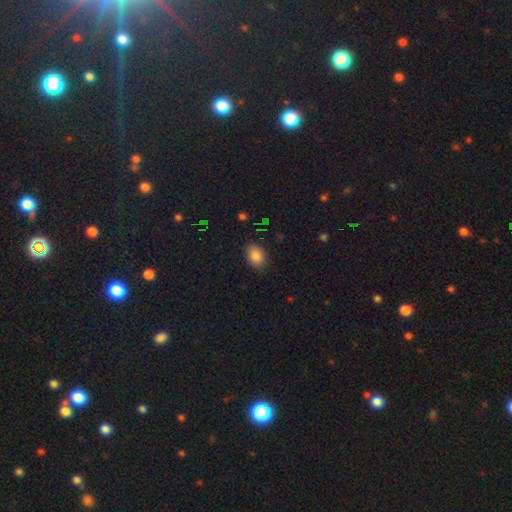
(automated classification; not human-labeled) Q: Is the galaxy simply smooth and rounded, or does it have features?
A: smooth — 87%.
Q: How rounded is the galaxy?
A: in between — 75%.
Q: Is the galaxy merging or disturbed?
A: none — 85%.